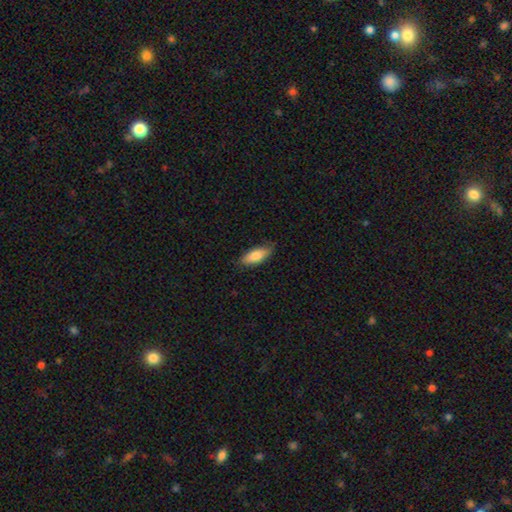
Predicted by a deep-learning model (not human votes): Smooth or featured: smooth — 81% (featured or disk — 12%)
How rounded: in between — 77% (cigar-shaped — 21%)
Merging: none — 80% (minor disturbance — 17%)